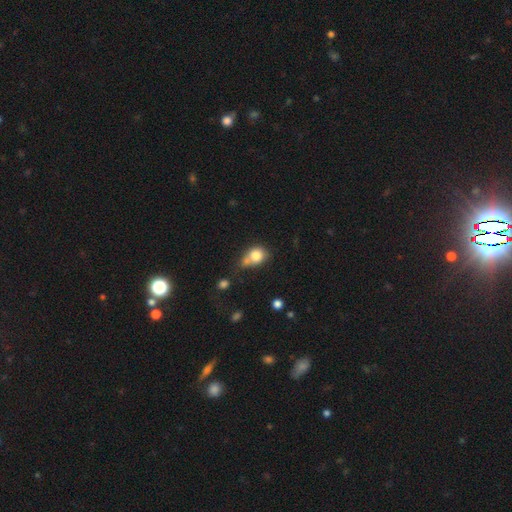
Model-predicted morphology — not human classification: A smooth galaxy with no disk features (79%) that is round (65%). Merging: none (38%).